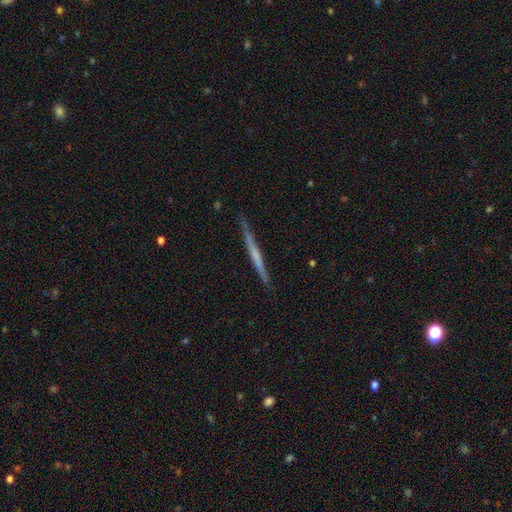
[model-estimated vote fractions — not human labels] This appears to be a featured or disk galaxy (60%) viewed edge-on (98%) with no central bulge (73%). Merging: none (88%).